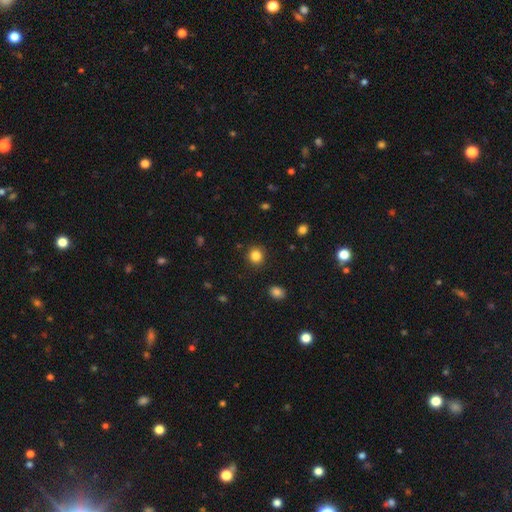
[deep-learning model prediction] Smooth or featured? smooth (85%)
How rounded? round (87%)
Merging? none (90%)